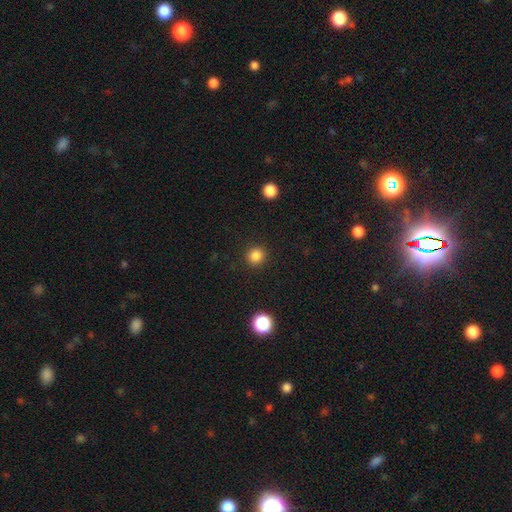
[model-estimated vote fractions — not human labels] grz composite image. It shows a smooth galaxy with no disk features (84%) that is round (91%). Merging: none (92%).